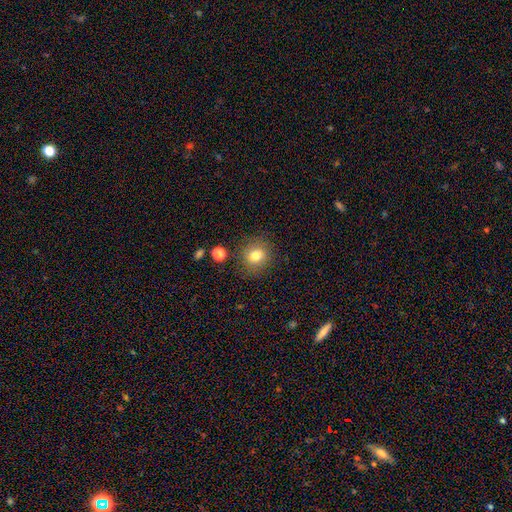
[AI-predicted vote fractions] A smooth galaxy with no disk features (79%) that is round (79%). Merging: none (83%).